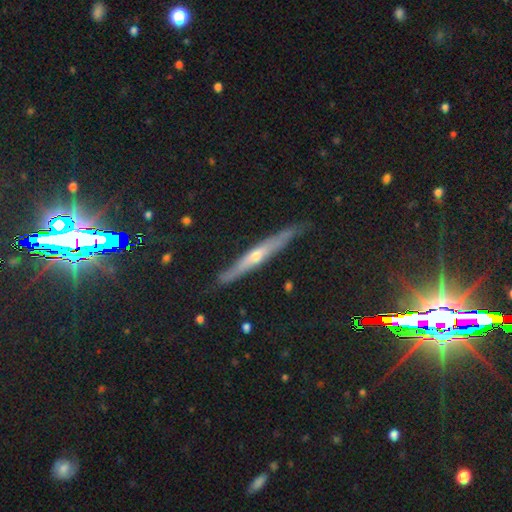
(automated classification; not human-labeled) featured or disk 65%, smooth 27%, star or artifact 8%. Down the decision tree: edge-on disk — yes (92%); edge-on bulge — rounded (72%); merging — none (80%).